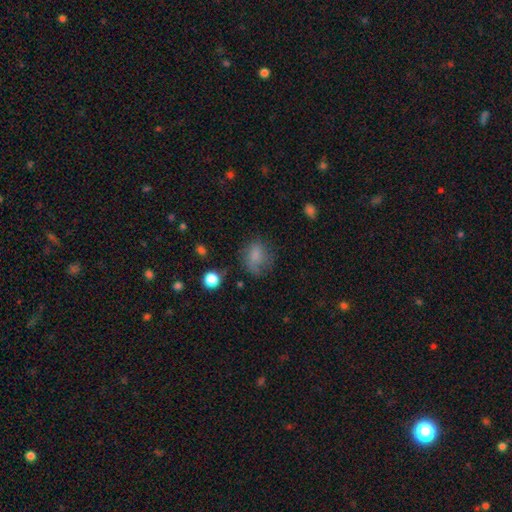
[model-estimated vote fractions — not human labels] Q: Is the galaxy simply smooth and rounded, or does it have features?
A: smooth — 75%.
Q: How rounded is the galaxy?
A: in between — 53%.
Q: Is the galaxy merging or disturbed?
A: none — 53%.